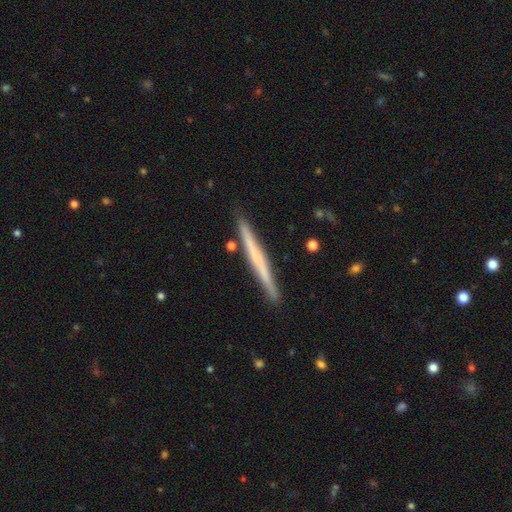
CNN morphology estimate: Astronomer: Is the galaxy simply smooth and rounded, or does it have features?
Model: featured or disk — 54% (runner-up: smooth, 41%).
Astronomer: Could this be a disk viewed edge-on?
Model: yes — 97%.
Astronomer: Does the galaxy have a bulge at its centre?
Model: none — 77%.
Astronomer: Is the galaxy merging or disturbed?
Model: none — 89%.